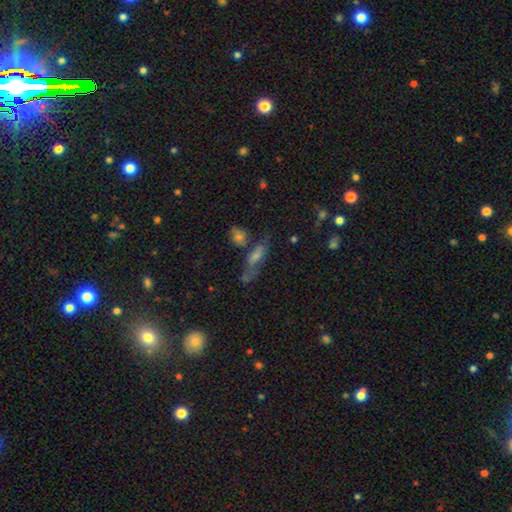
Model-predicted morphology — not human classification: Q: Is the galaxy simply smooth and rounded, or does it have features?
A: smooth — 45%.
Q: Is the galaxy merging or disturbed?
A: none — 48%.